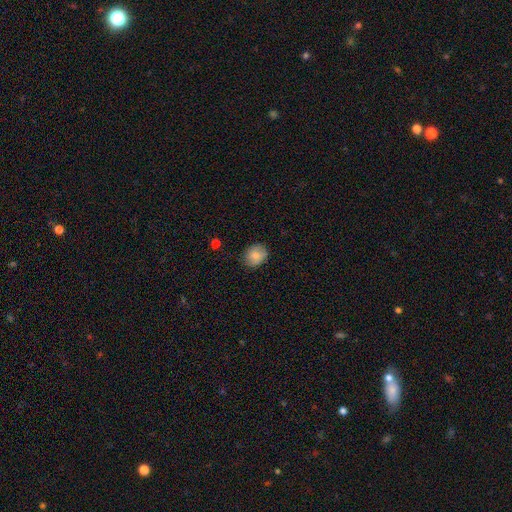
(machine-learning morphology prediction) Smooth or featured? smooth (82%)
How rounded? round (64%)
Merging? none (81%)